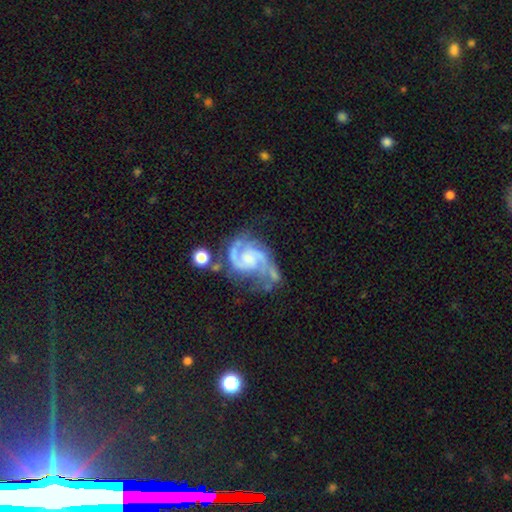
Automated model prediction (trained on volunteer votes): Q: Smooth or featured?
A: featured or disk (90%); runner-up: smooth (5%)
Q: Edge-on disk?
A: no (98%); runner-up: yes (2%)
Q: Bar?
A: no (53%); runner-up: weak (38%)
Q: Spiral arms?
A: yes (98%); runner-up: no (2%)
Q: Spiral winding?
A: medium (55%); runner-up: tight (30%)
Q: Spiral arm count?
A: 2 (78%); runner-up: 3 (10%)
Q: Bulge size?
A: small (37%); runner-up: moderate (34%)
Q: Merging?
A: none (44%); runner-up: minor disturbance (24%)